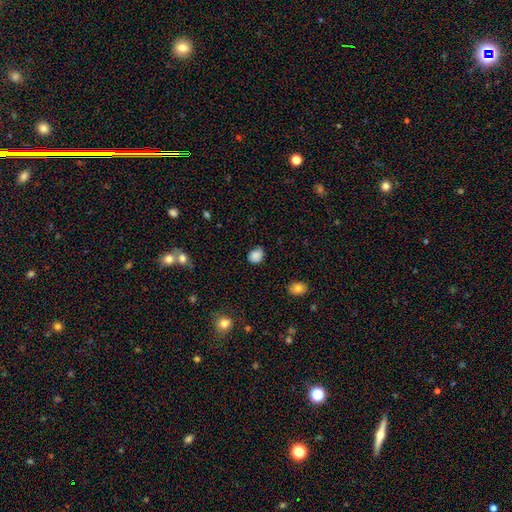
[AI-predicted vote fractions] A smooth galaxy with no disk features (85%) that is round (64%).

Vote fractions:
- Smooth or featured? smooth: 85% / star or artifact: 10% / featured or disk: 6%
- How rounded? round: 64% / in between: 35% / cigar-shaped: 1%
- Merging? none: 71% / minor disturbance: 23% / major disturbance: 5% / merger: 2%